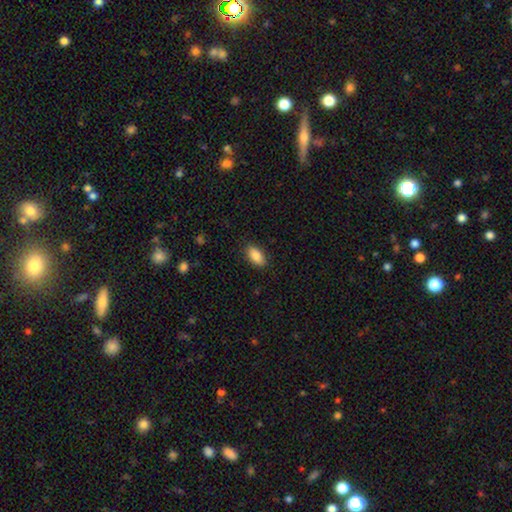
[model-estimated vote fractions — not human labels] Morphology: type=smooth (86%); roundness=in between (92%); merging=none (87%).